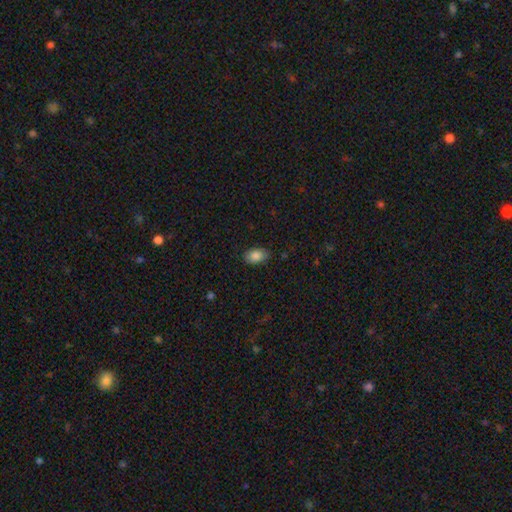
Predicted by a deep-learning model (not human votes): A smooth galaxy with no disk features (86%) that is in between round and cigar-shaped (89%).

Vote fractions:
- Smooth or featured? smooth: 86% / star or artifact: 7% / featured or disk: 6%
- How rounded? in between: 89% / round: 9% / cigar-shaped: 1%
- Merging? none: 84% / minor disturbance: 12% / major disturbance: 3% / merger: 1%